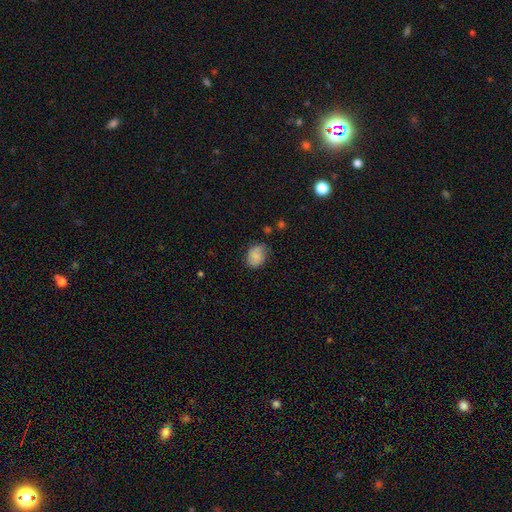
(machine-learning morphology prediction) Q: Smooth or featured?
A: smooth (76%); runner-up: featured or disk (16%)
Q: How rounded?
A: in between (59%); runner-up: round (40%)
Q: Merging?
A: none (71%); runner-up: minor disturbance (22%)